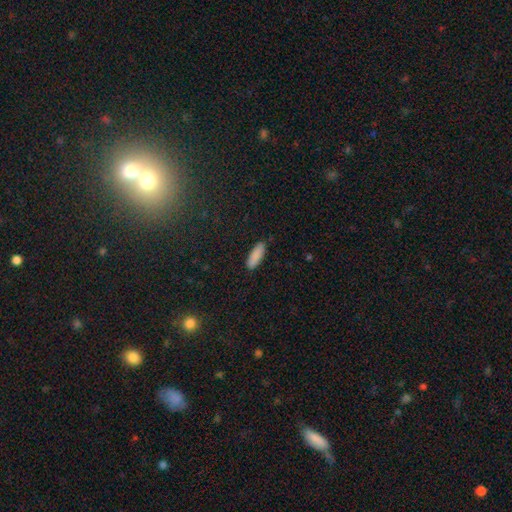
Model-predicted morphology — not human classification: A smooth galaxy with no disk features (89%) that is in between round and cigar-shaped (58%).

Vote fractions:
- Smooth or featured? smooth: 89% / star or artifact: 6% / featured or disk: 5%
- How rounded? in between: 58% / cigar-shaped: 40% / round: 2%
- Merging? none: 89% / minor disturbance: 8% / major disturbance: 2% / merger: 1%